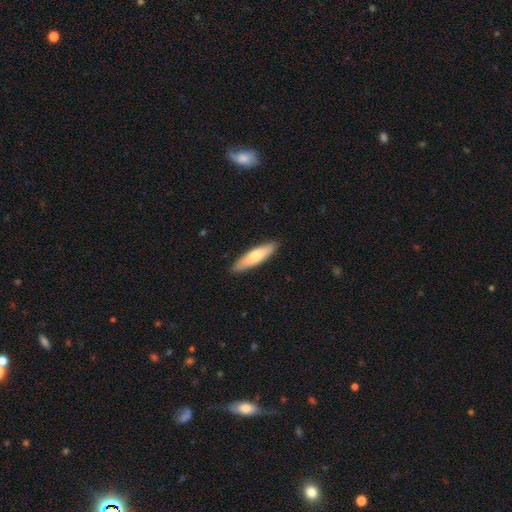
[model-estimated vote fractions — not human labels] This is likely a smooth galaxy (72%). How rounded: likely cigar-shaped (70%). Merging: clearly none (89%).